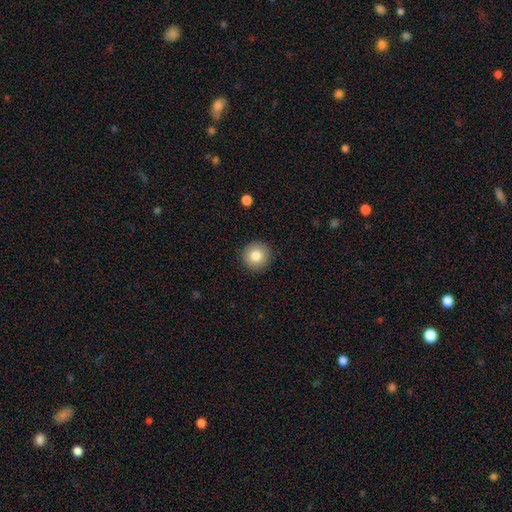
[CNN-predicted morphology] smooth 80%, featured or disk 10%, star or artifact 10%. Down the decision tree: how rounded — round (95%); merging — none (92%).